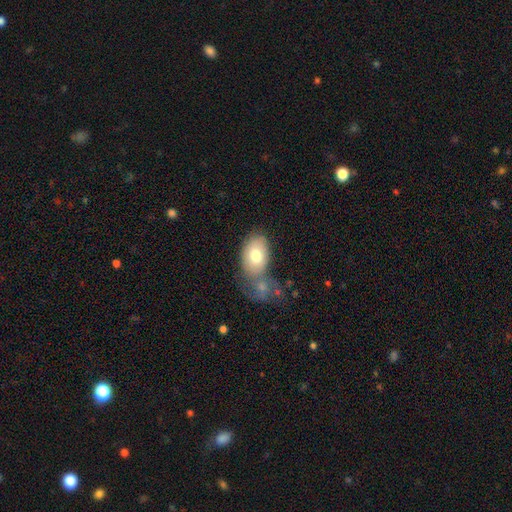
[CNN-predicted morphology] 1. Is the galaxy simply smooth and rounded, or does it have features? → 74% smooth, 19% featured or disk, 6% star or artifact.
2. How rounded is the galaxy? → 87% in between, 11% round, 1% cigar-shaped.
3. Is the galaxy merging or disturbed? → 43% none, 30% merger, 17% minor disturbance, 10% major disturbance.